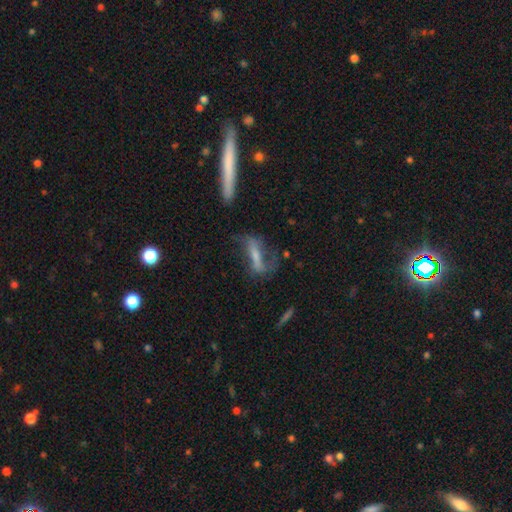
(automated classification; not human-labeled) featured or disk 61%, smooth 28%, star or artifact 11%. Down the decision tree: edge-on disk — no (71%); merging — none (50%).